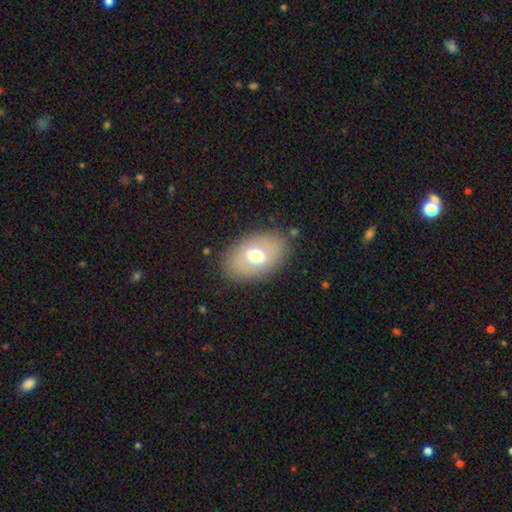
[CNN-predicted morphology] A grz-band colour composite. It shows a smooth galaxy with no disk features (65%) that is in between round and cigar-shaped (84%). Merging: none (84%).